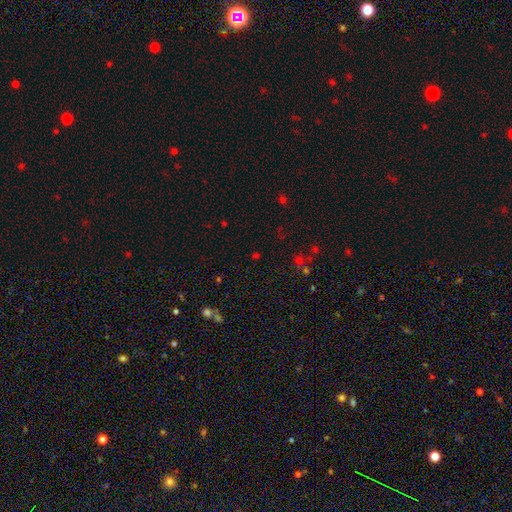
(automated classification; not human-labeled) Smooth or featured?
  - star or artifact: 56% *
  - smooth: 36%
  - featured or disk: 8%